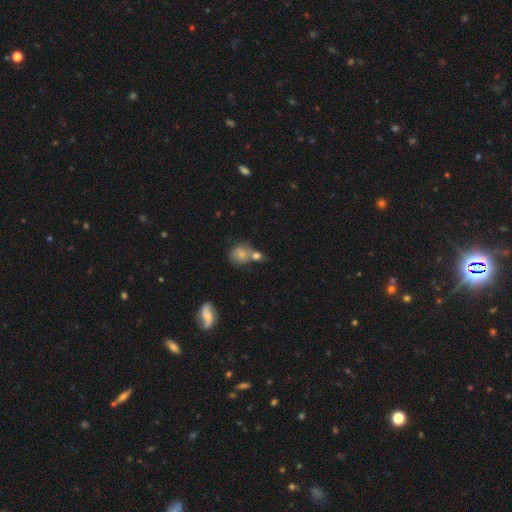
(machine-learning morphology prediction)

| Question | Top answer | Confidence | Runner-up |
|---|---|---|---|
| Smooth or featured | smooth | 49% | star or artifact (34%) |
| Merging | none | 59% | merger (24%) |